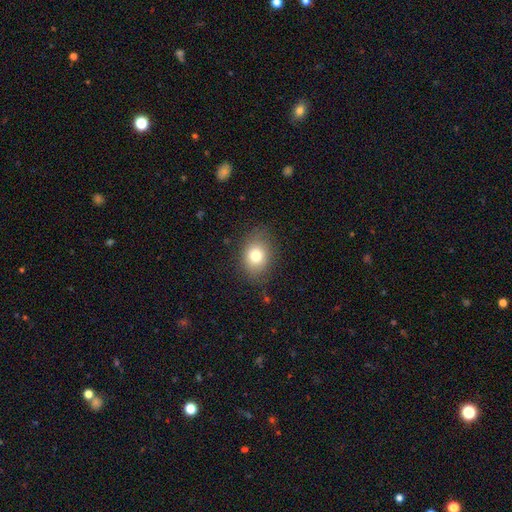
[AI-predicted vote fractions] Overall: smooth (78%). How rounded: in between (56%; round 43%). Merging: none (80%).